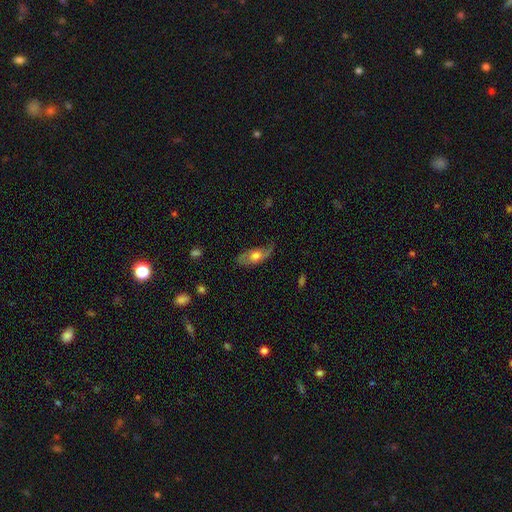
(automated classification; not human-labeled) Smooth or featured? featured or disk (53%)
Edge-on disk? no (81%)
Merging? none (62%)